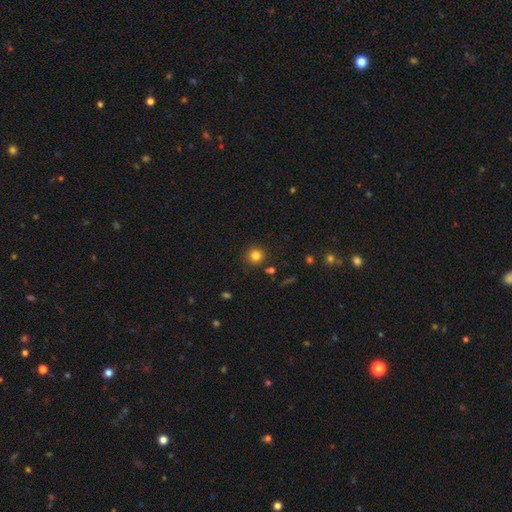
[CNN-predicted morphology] Smooth or featured: smooth — 81% (star or artifact — 13%)
How rounded: round — 92% (in between — 7%)
Merging: none — 86% (minor disturbance — 8%)